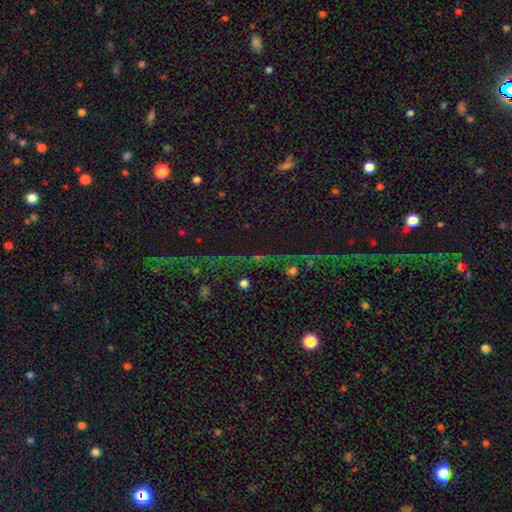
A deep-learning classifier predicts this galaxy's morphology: smooth-or-featured: star or artifact: 81% | featured or disk: 10% | smooth: 9%